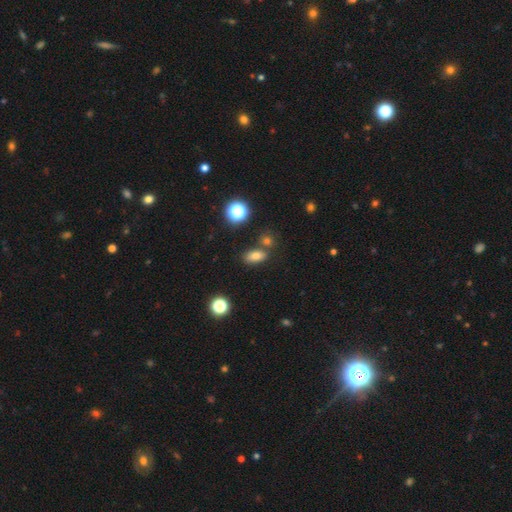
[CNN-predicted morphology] A smooth galaxy with no disk features (75%) that is in between round and cigar-shaped (82%). Merging: none (74%).